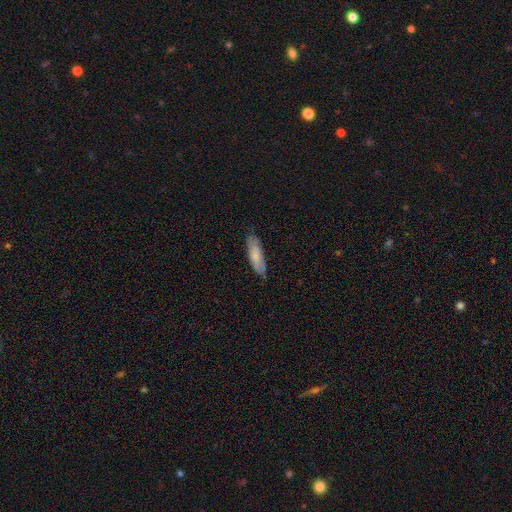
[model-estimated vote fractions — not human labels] Smooth or featured? smooth (74%)
How rounded? cigar-shaped (50%)
Merging? none (77%)